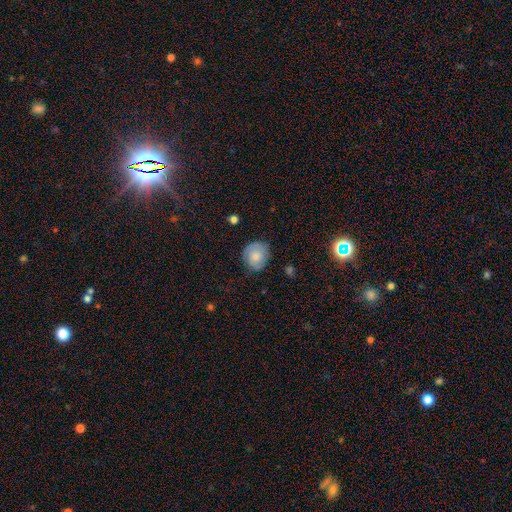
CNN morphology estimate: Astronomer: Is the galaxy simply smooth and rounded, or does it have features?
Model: smooth — 65%.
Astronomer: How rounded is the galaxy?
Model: round — 73%.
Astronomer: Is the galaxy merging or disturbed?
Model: none — 73%.